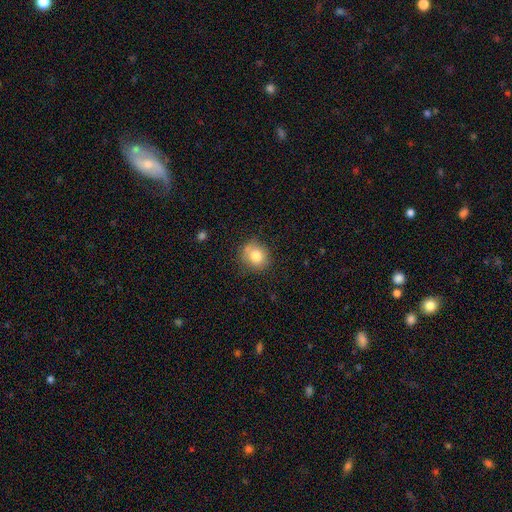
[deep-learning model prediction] smooth_or_featured: smooth (p=0.80) [alt: featured or disk p=0.11]
how_rounded: round (p=0.80) [alt: in between p=0.19]
merging: none (p=0.75) [alt: minor disturbance p=0.18]